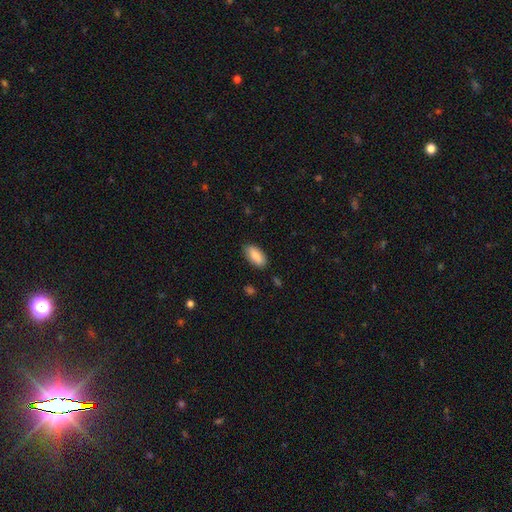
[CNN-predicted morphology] smooth-or-featured: smooth: 82% | featured or disk: 11% | star or artifact: 6%
  how-rounded: in between: 90% | cigar-shaped: 8% | round: 2%
  merging: none: 84% | minor disturbance: 13% | major disturbance: 2% | merger: 1%